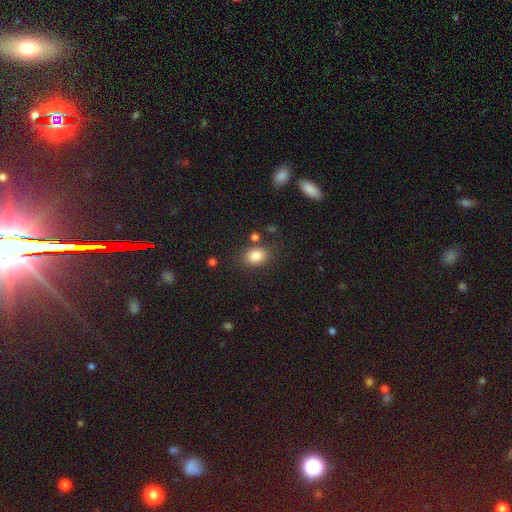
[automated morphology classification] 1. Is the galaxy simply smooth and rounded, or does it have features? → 84% smooth, 10% star or artifact, 6% featured or disk.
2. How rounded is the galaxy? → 71% in between, 28% round, 1% cigar-shaped.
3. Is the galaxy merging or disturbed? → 79% none, 12% minor disturbance, 5% merger, 4% major disturbance.